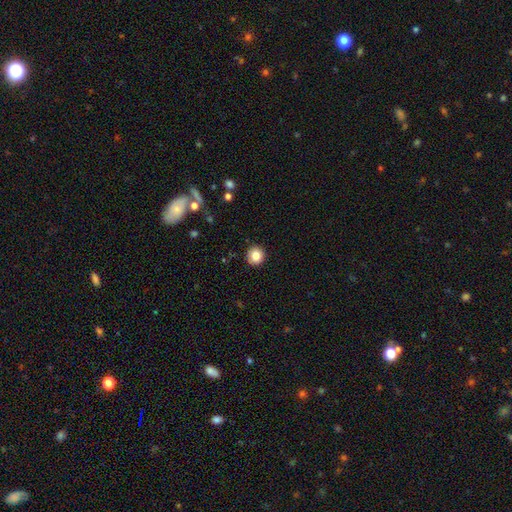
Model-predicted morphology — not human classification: Smooth or featured?
  - smooth: 83% *
  - star or artifact: 10%
  - featured or disk: 7%
How rounded?
  - round: 93% *
  - in between: 6%
  - cigar-shaped: 1%
Merging?
  - none: 92% *
  - minor disturbance: 5%
  - major disturbance: 2%
  - merger: 1%